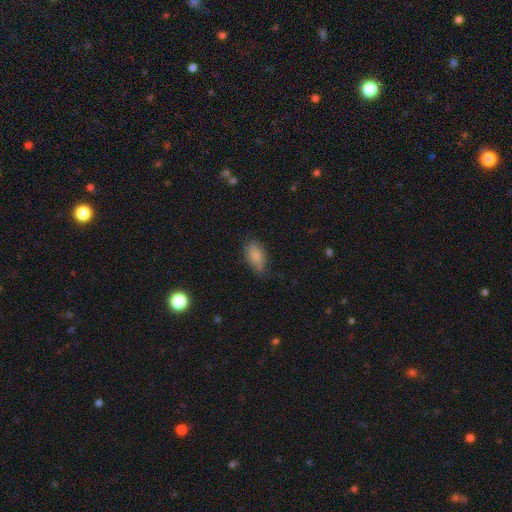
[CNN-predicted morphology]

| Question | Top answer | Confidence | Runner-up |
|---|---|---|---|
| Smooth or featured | smooth | 84% | featured or disk (9%) |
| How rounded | in between | 91% | cigar-shaped (5%) |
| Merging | none | 69% | minor disturbance (25%) |